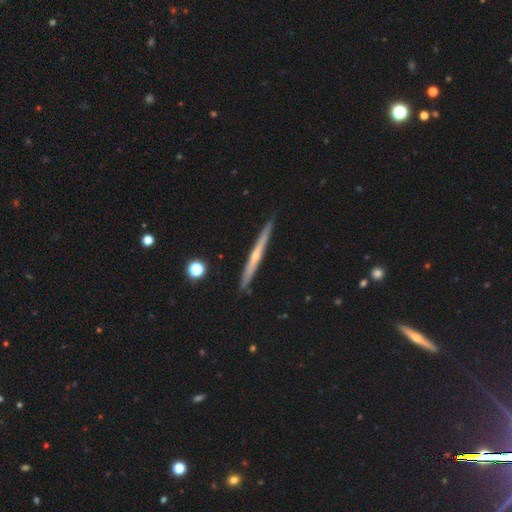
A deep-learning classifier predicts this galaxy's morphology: smooth-or-featured: featured or disk: 70% | smooth: 24% | star or artifact: 6%
  disk-edge-on: yes: 97% | no: 3%
    edge-on-bulge: rounded: 55% | none: 41% | boxy: 3%
  merging: none: 91% | minor disturbance: 7% | merger: 1% | major disturbance: 1%